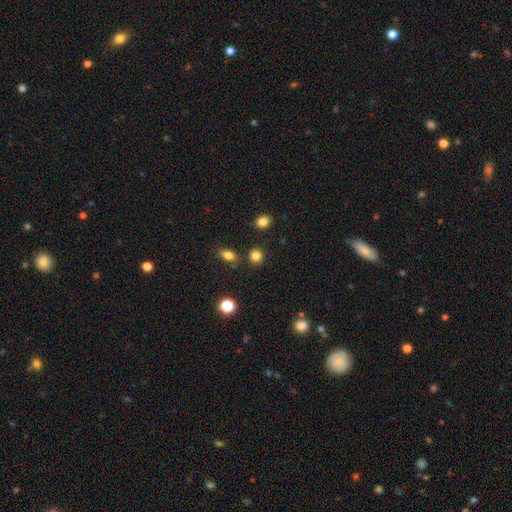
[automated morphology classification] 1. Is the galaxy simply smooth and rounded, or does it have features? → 82% smooth, 13% star or artifact, 5% featured or disk.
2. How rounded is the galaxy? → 85% round, 14% in between, 1% cigar-shaped.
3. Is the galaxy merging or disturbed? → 85% none, 8% minor disturbance, 5% merger, 3% major disturbance.